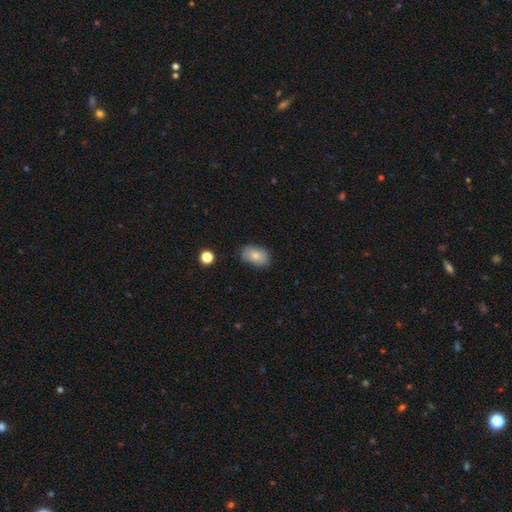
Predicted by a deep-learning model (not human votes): Smooth or featured? Predicted: smooth (p=0.80). How rounded? Predicted: in between (p=0.85). Merging? Predicted: none (p=0.73).